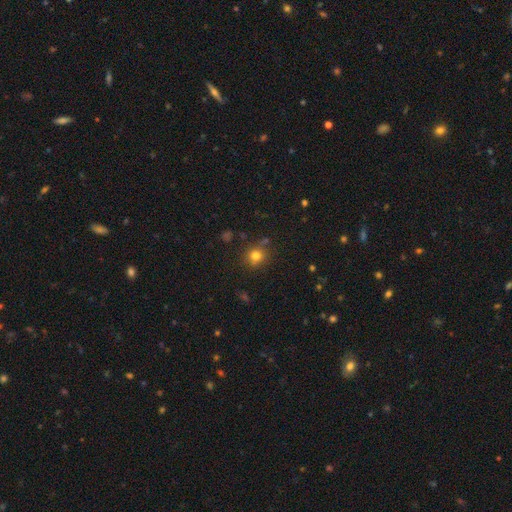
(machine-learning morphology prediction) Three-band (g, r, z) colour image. It shows a smooth galaxy with no disk features (79%) that is round (86%). Merging: none (79%).